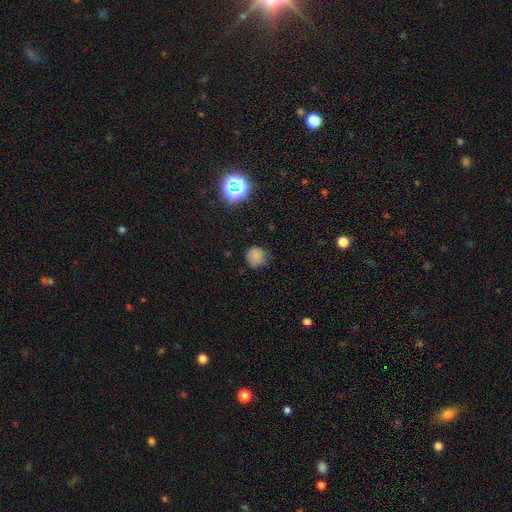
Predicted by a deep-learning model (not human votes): Q: Smooth or featured?
A: smooth (77%); runner-up: star or artifact (17%)
Q: How rounded?
A: round (92%); runner-up: in between (7%)
Q: Merging?
A: none (77%); runner-up: minor disturbance (18%)